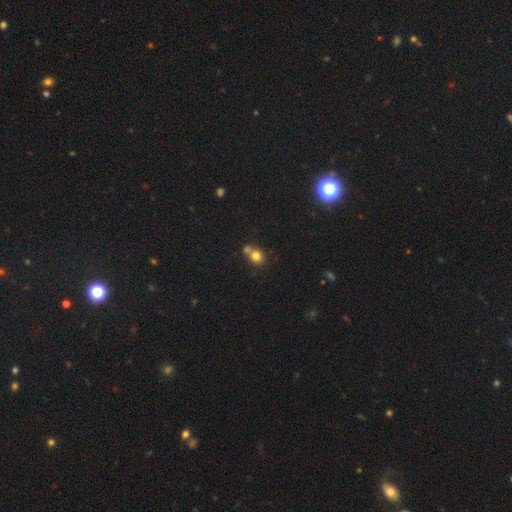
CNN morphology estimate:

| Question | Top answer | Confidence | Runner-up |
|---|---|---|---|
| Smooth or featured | smooth | 78% | star or artifact (12%) |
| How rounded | round | 72% | in between (27%) |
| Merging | none | 43% | merger (41%) |